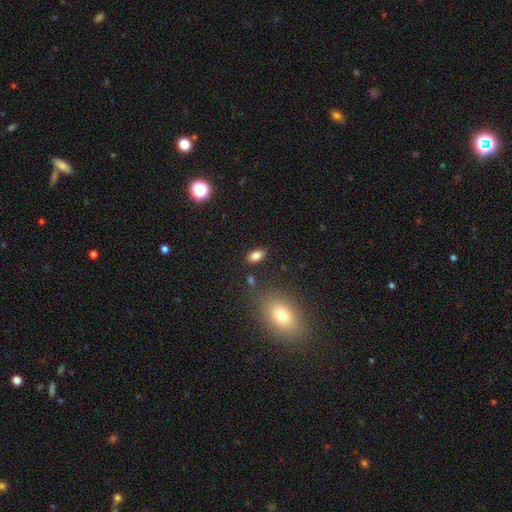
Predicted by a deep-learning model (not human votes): The model was most divided on "merging": none: 83%, minor disturbance: 10%, merger: 4%, major disturbance: 3%. More confident: how rounded — in between (90%); smooth or featured — smooth (83%).